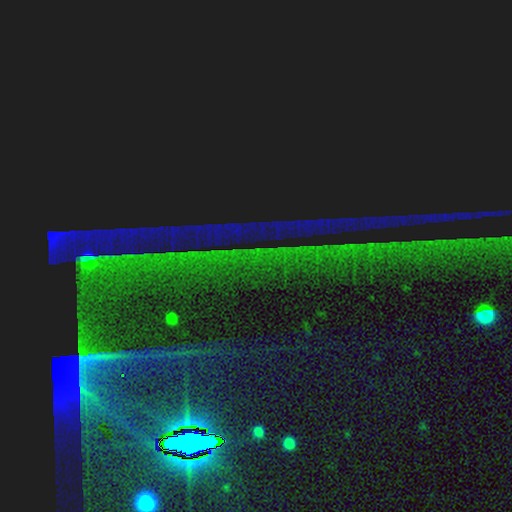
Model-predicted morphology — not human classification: Smooth or featured?
  - star or artifact: 88% *
  - featured or disk: 7%
  - smooth: 5%